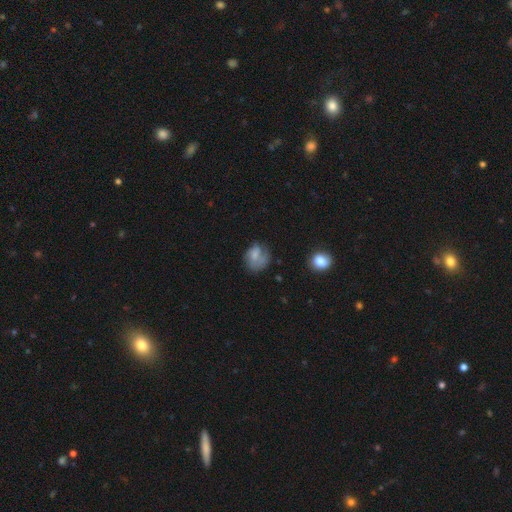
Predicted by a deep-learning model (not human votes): A smooth galaxy with no disk features (57%) that is round (53%). Merging: none (43%).